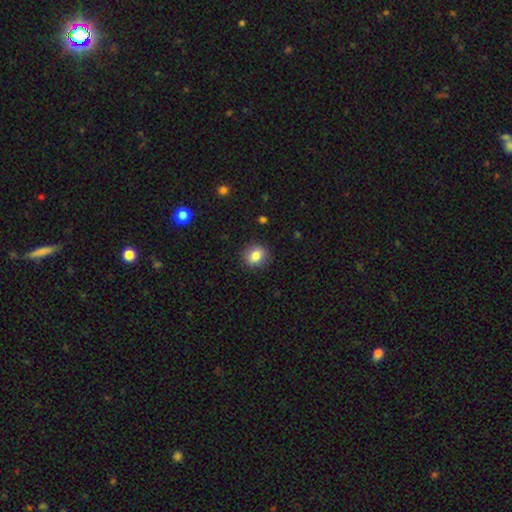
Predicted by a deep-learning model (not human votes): Morphology: type=smooth (83%); roundness=round (70%); merging=none (88%).